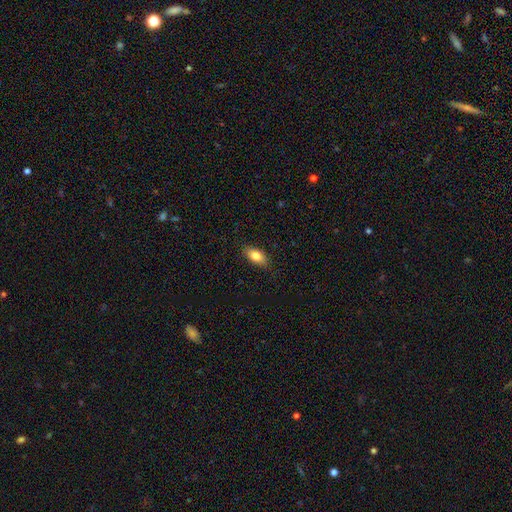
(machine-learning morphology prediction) smooth_or_featured: smooth (p=0.82) [alt: featured or disk p=0.11]
how_rounded: in between (p=0.89) [alt: cigar-shaped p=0.07]
merging: none (p=0.87) [alt: minor disturbance p=0.10]